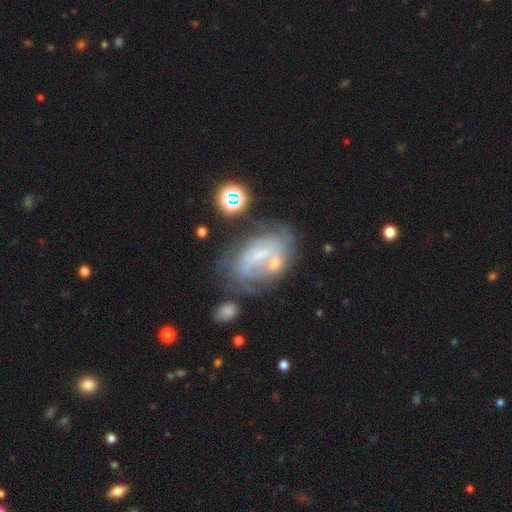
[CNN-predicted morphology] Smooth or featured? featured or disk (60%)
Edge-on disk? no (96%)
Bar? no (51%)
Spiral arms? no (56%)
Bulge size? small (39%)
Merging? none (34%)